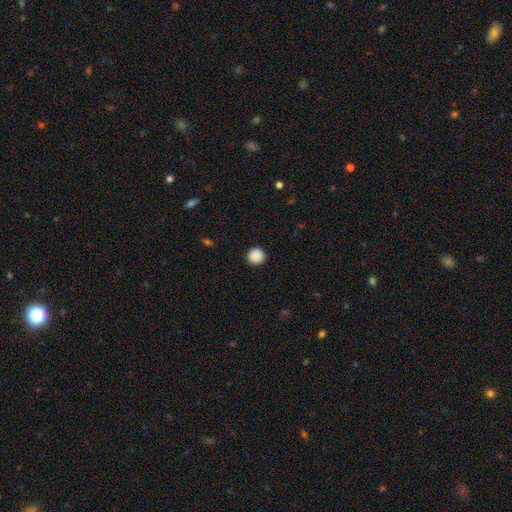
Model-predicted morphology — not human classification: Smooth or featured? Predicted: smooth (p=0.89). How rounded? Predicted: round (p=0.94). Merging? Predicted: none (p=0.92).